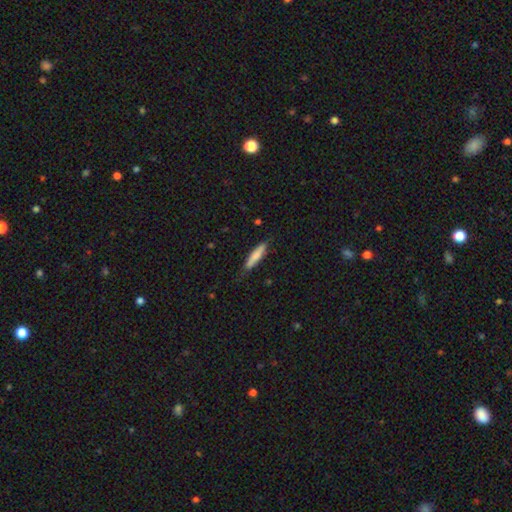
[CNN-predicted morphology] Q: Smooth or featured?
A: smooth (74%); runner-up: featured or disk (21%)
Q: How rounded?
A: cigar-shaped (84%); runner-up: in between (14%)
Q: Merging?
A: none (77%); runner-up: minor disturbance (18%)